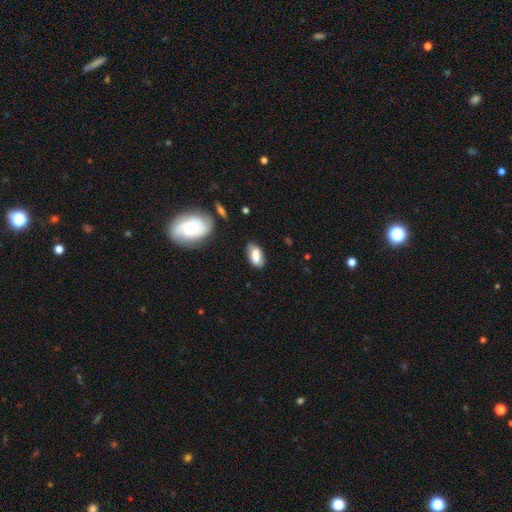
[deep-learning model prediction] Smooth or featured: smooth — 78% (featured or disk — 14%)
How rounded: in between — 92% (cigar-shaped — 4%)
Merging: none — 72% (minor disturbance — 21%)